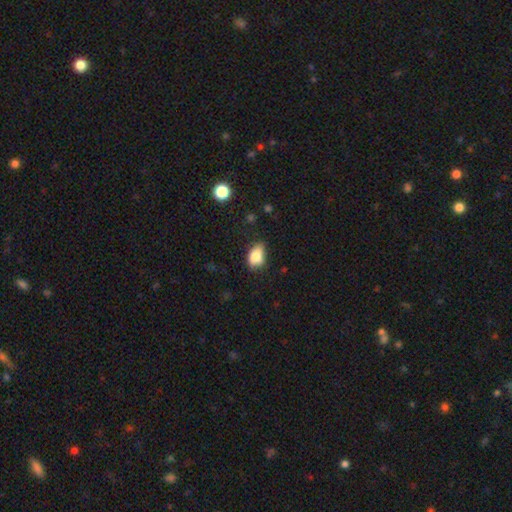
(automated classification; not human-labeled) smooth-or-featured: smooth: 81% | featured or disk: 10% | star or artifact: 9%
  how-rounded: in between: 84% | round: 14% | cigar-shaped: 2%
  merging: none: 58% | minor disturbance: 31% | major disturbance: 7% | merger: 3%